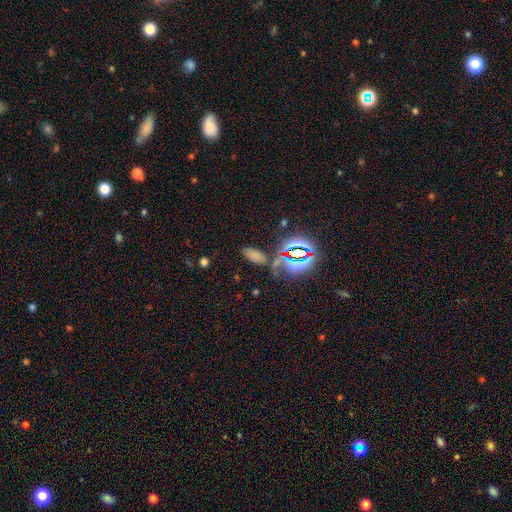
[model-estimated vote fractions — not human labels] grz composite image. It shows a smooth galaxy with no disk features (62%) that is in between round and cigar-shaped (86%). Merging: none (74%).